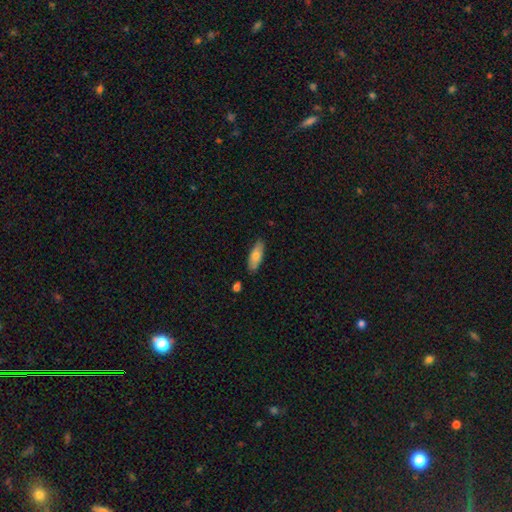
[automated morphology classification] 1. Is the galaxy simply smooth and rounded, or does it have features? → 76% smooth, 18% featured or disk, 6% star or artifact.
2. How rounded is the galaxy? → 69% in between, 29% cigar-shaped, 2% round.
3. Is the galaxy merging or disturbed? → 83% none, 12% minor disturbance, 2% major disturbance, 2% merger.